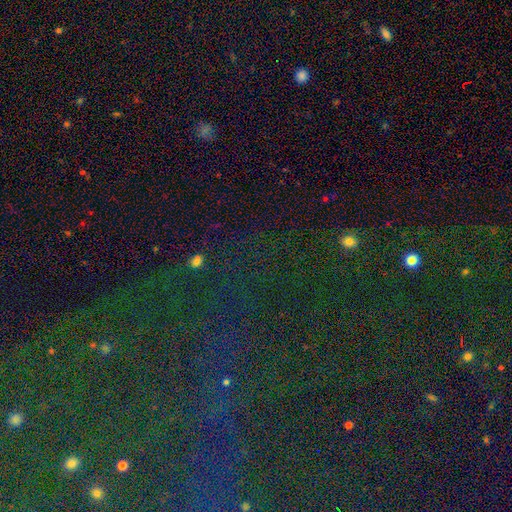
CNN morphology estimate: A star or artifact, not a galaxy (81%).

Vote fractions:
- Smooth or featured? star or artifact: 81% / smooth: 11% / featured or disk: 8%